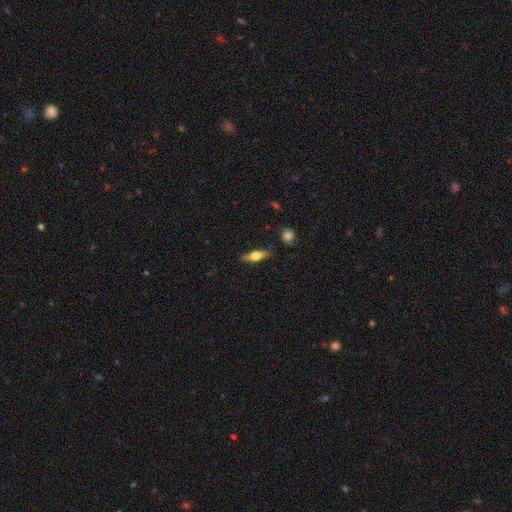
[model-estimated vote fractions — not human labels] The model was most divided on "how rounded": in between: 55%, cigar-shaped: 42%, round: 3%. More confident: merging — none (84%); smooth or featured — smooth (61%).